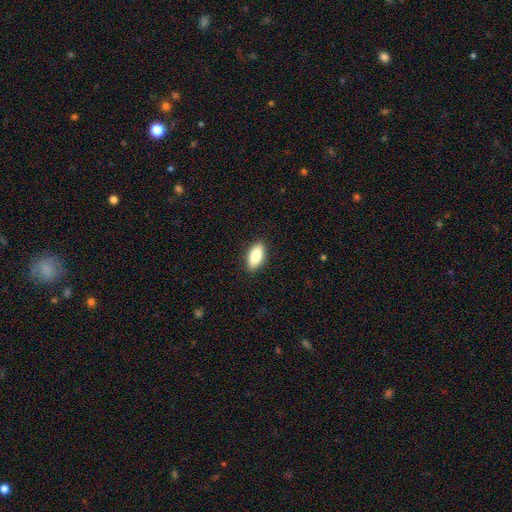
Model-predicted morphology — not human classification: Smooth or featured?
  - smooth: 83% *
  - featured or disk: 11%
  - star or artifact: 7%
How rounded?
  - in between: 88% *
  - cigar-shaped: 9%
  - round: 3%
Merging?
  - none: 89% *
  - minor disturbance: 8%
  - major disturbance: 2%
  - merger: 1%